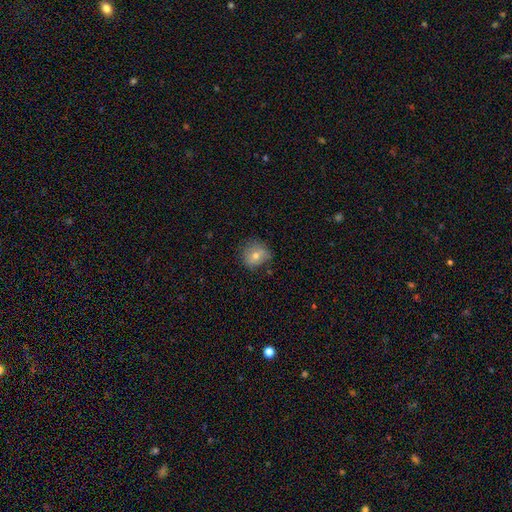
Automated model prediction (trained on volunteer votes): Overall: smooth (65%). How rounded: round (82%). Merging: none (71%).